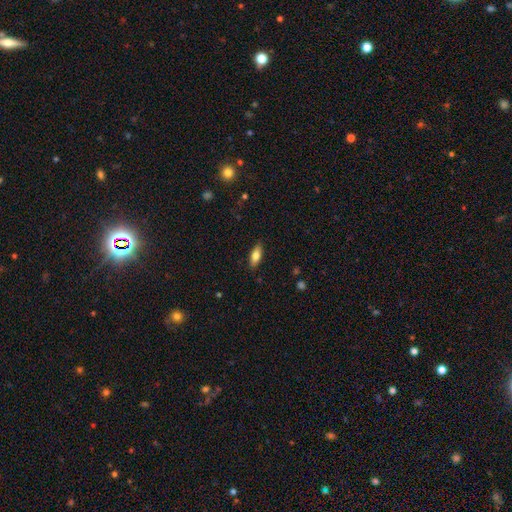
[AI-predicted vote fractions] smooth-or-featured: smooth: 74% | featured or disk: 19% | star or artifact: 7%
  how-rounded: in between: 73% | cigar-shaped: 24% | round: 3%
  merging: none: 87% | minor disturbance: 10% | major disturbance: 2% | merger: 1%